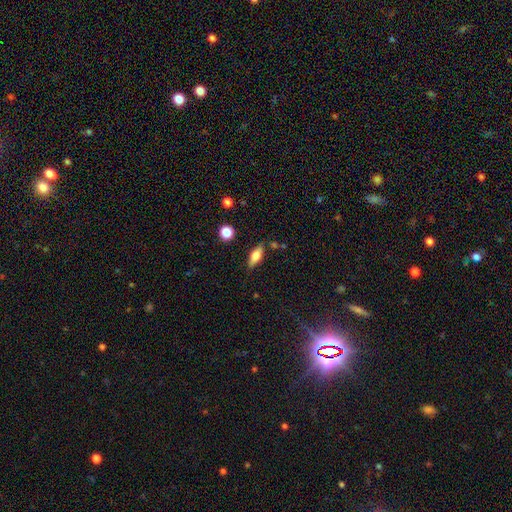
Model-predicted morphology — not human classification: Overall: smooth (68%). How rounded: in between (71%). Merging: none (79%).